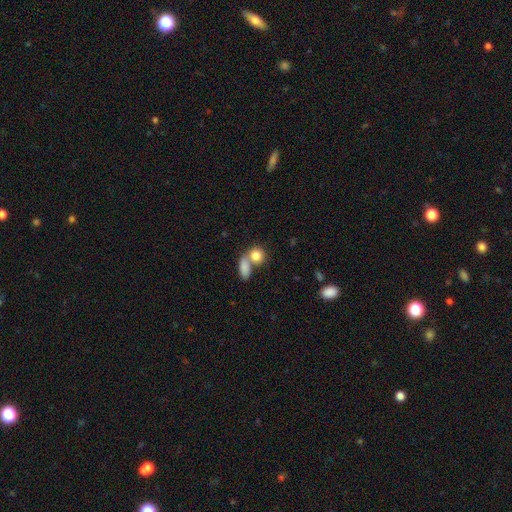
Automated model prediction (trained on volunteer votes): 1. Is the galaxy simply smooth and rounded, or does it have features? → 83% smooth, 9% featured or disk, 8% star or artifact.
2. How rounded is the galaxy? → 61% round, 37% in between, 3% cigar-shaped.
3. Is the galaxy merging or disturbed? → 50% merger, 38% none, 8% minor disturbance, 4% major disturbance.